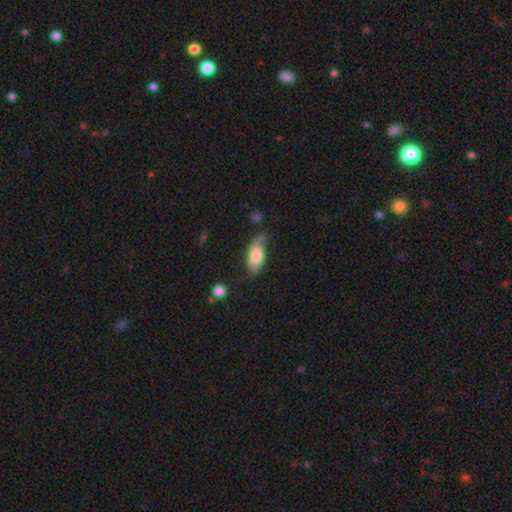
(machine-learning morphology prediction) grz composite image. It shows a smooth galaxy with no disk features (66%) that is in between round and cigar-shaped (87%). Merging: none (45%).